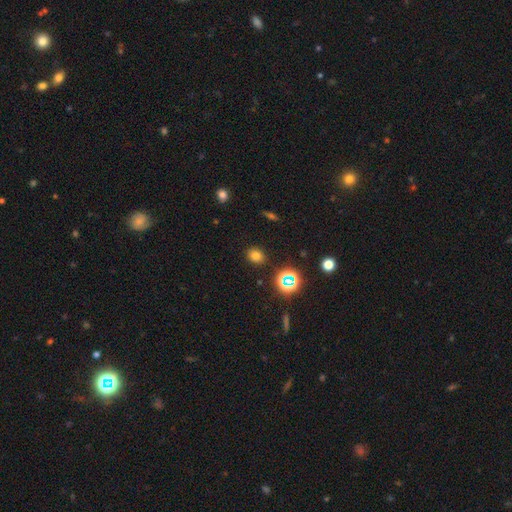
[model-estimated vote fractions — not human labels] Smooth or featured? smooth (72%)
How rounded? round (55%)
Merging? none (87%)